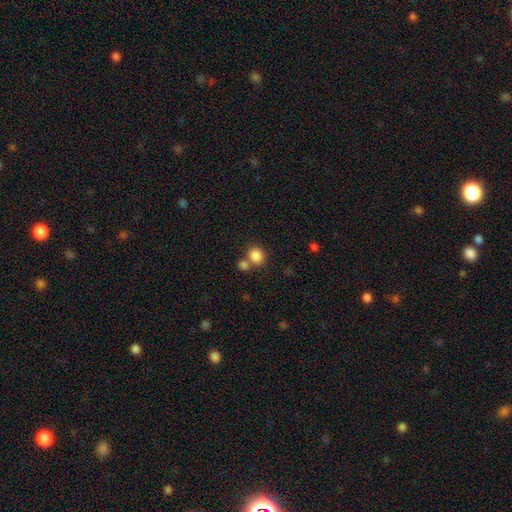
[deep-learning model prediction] This appears to be a smooth galaxy with no disk features (84%) that is round (72%). Merging: none (55%).